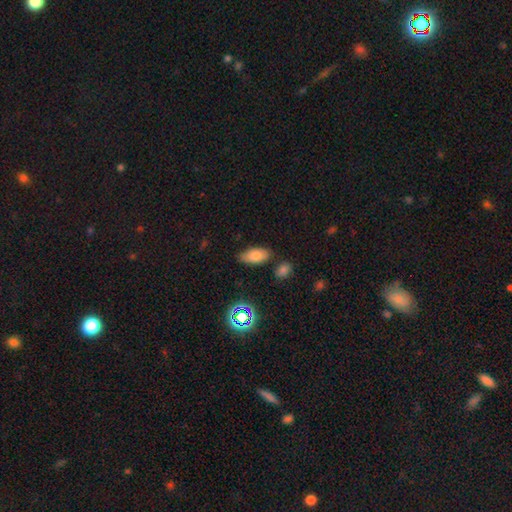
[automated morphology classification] Smooth or featured?
  - smooth: 80% *
  - star or artifact: 11%
  - featured or disk: 9%
How rounded?
  - in between: 90% *
  - cigar-shaped: 7%
  - round: 3%
Merging?
  - none: 77% *
  - minor disturbance: 14%
  - merger: 5%
  - major disturbance: 3%